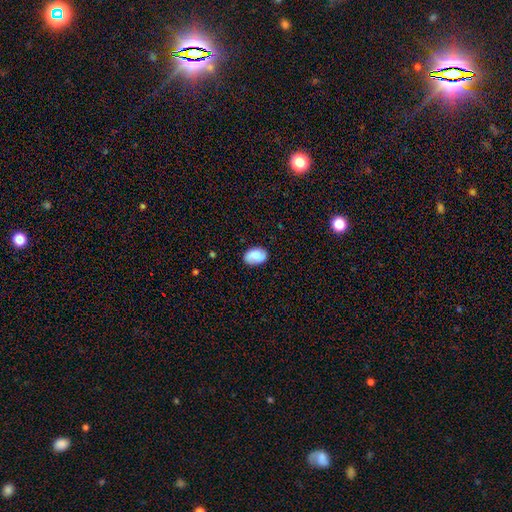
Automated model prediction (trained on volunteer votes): Morphology: type=smooth (70%); roundness=in between (80%); merging=none (78%).